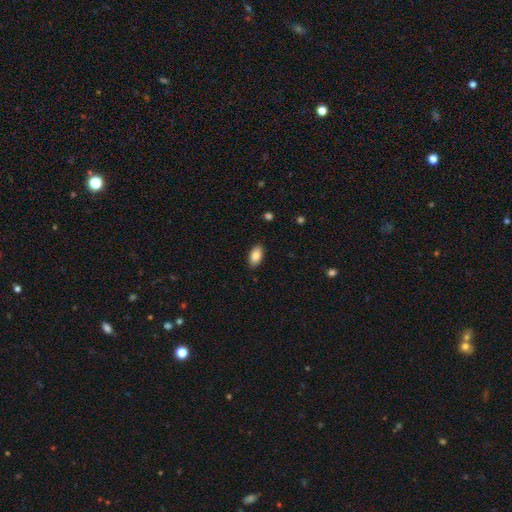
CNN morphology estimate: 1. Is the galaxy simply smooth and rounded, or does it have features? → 87% smooth, 7% star or artifact, 6% featured or disk.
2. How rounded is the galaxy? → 94% in between, 3% round, 3% cigar-shaped.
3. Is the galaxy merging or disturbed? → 88% none, 9% minor disturbance, 2% major disturbance, 1% merger.